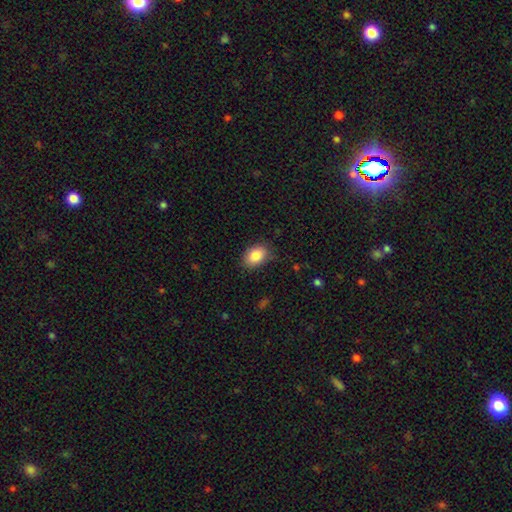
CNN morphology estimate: This appears to be a smooth galaxy with no disk features (85%) that is in between round and cigar-shaped (81%). Merging: none (81%).